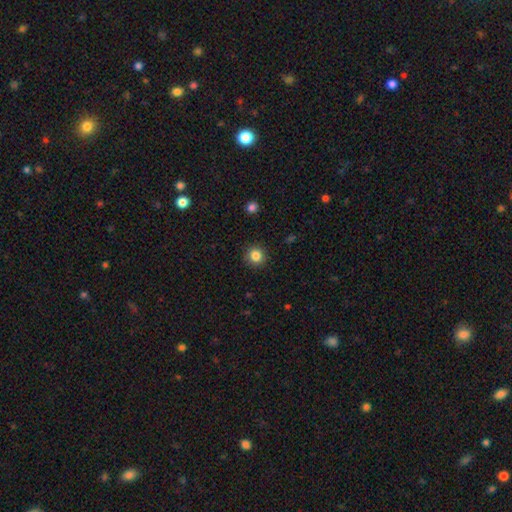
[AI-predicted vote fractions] The model was most divided on "smooth or featured": smooth: 84%, star or artifact: 11%, featured or disk: 4%. More confident: how rounded — round (92%); merging — none (91%).